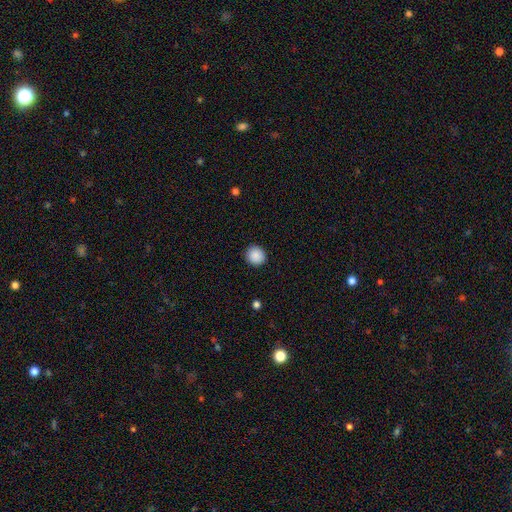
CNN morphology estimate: type=smooth (89%); roundness=round (91%); merging=none (92%).